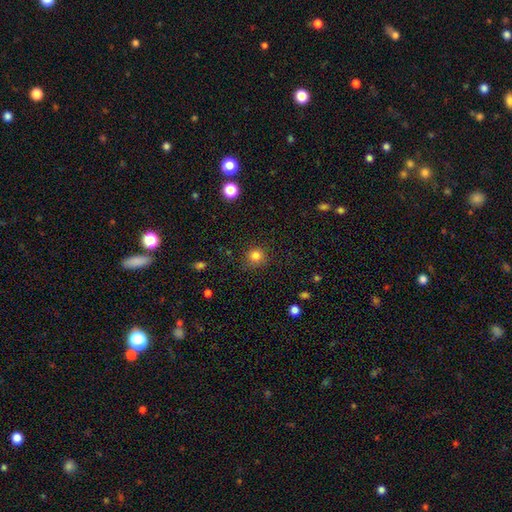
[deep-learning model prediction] A smooth galaxy with no disk features (82%) that is round (91%). Merging: none (86%).